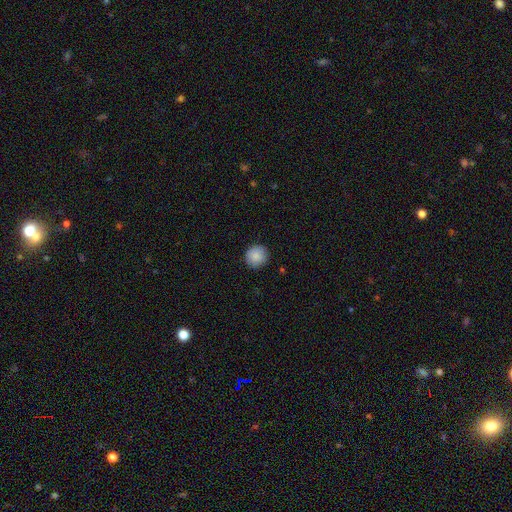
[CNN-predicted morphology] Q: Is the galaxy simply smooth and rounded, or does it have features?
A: smooth — 88%.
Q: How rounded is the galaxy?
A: round — 94%.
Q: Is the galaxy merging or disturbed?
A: none — 90%.